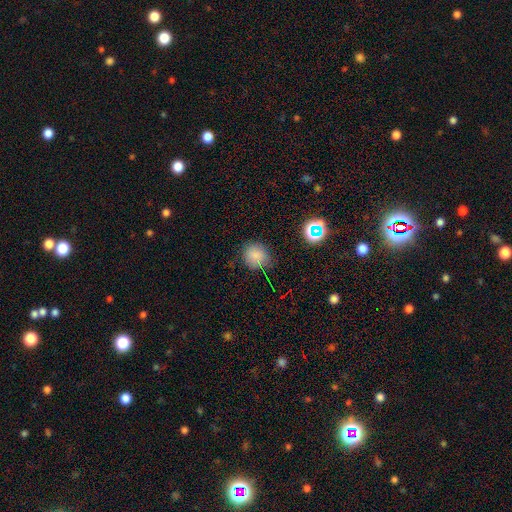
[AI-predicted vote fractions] The model was most divided on "merging": none: 78%, minor disturbance: 16%, major disturbance: 4%, merger: 2%. More confident: how rounded — round (82%); smooth or featured — smooth (78%).